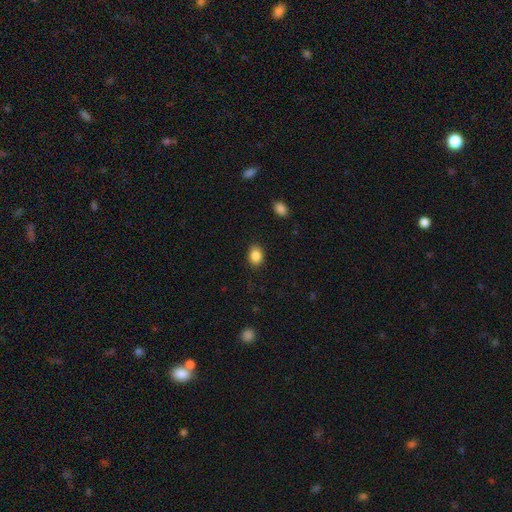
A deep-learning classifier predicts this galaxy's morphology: A smooth galaxy with no disk features (87%) that is in between round and cigar-shaped (62%).

Vote fractions:
- Smooth or featured? smooth: 87% / star or artifact: 9% / featured or disk: 4%
- How rounded? in between: 62% / round: 37% / cigar-shaped: 1%
- Merging? none: 87% / minor disturbance: 9% / major disturbance: 3% / merger: 1%